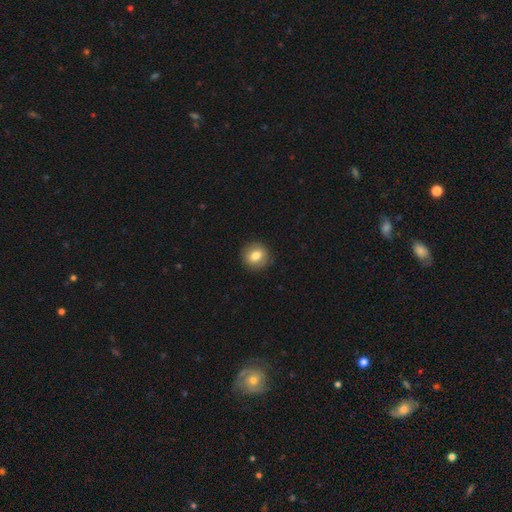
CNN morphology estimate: A smooth galaxy with no disk features (80%) that is round (86%).

Vote fractions:
- Smooth or featured? smooth: 80% / featured or disk: 11% / star or artifact: 9%
- How rounded? round: 86% / in between: 13% / cigar-shaped: 1%
- Merging? none: 91% / minor disturbance: 6% / major disturbance: 2% / merger: 1%